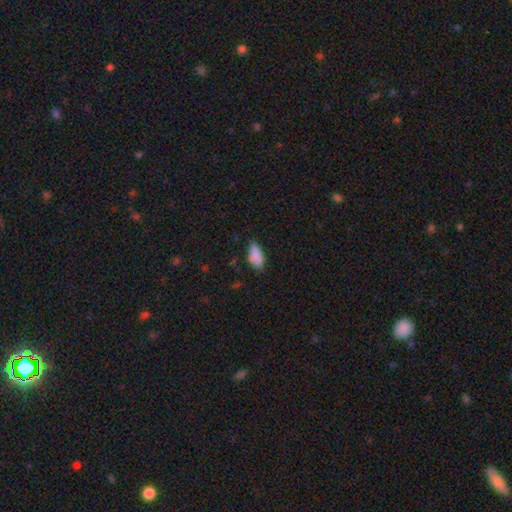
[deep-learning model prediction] Smooth or featured? Predicted: smooth (p=0.87). How rounded? Predicted: in between (p=0.91). Merging? Predicted: none (p=0.65).